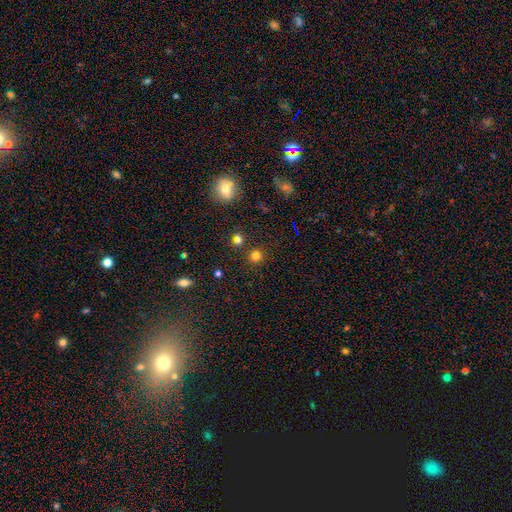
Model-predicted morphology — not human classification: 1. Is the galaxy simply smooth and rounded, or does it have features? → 75% smooth, 20% star or artifact, 5% featured or disk.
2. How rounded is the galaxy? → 91% round, 8% in between, 1% cigar-shaped.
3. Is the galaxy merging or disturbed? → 86% none, 6% minor disturbance, 5% merger, 2% major disturbance.